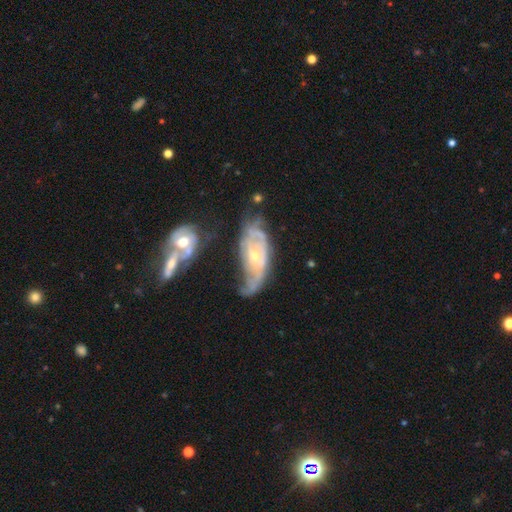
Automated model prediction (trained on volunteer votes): A featured or disk galaxy (80%) with no bar (66%), tight (51%) spiral arms (87%) and a small central bulge (58%).

Vote fractions:
- Smooth or featured? featured or disk: 80% / smooth: 14% / star or artifact: 6%
- Edge-on disk? no: 92% / yes: 8%
- Bar? no: 66% / weak: 27% / strong: 7%
- Spiral arms? yes: 87% / no: 13%
- Spiral winding? tight: 51% / medium: 33% / loose: 16%
- Spiral arm count? can't tell: 44% / 2: 29% / 3: 12% / 1: 8% / 4: 4% / more than 4: 3%
- Bulge size? small: 58% / moderate: 38% / large: 2% / none: 2% / dominant: 1%
- Merging? none: 32% / minor disturbance: 26% / major disturbance: 24% / merger: 18%